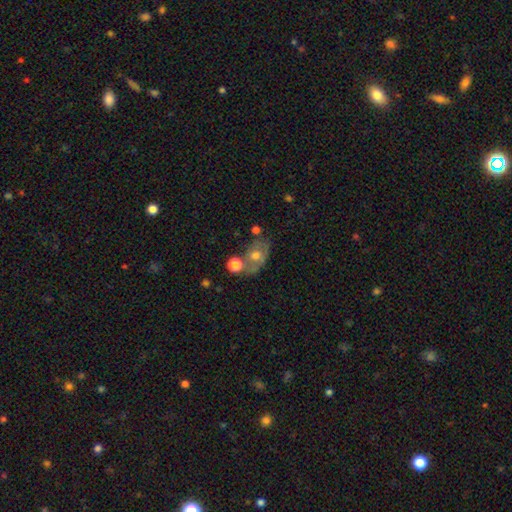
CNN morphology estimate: A smooth galaxy with no disk features (51%) that is in between round and cigar-shaped (71%). Merging: none (44%).